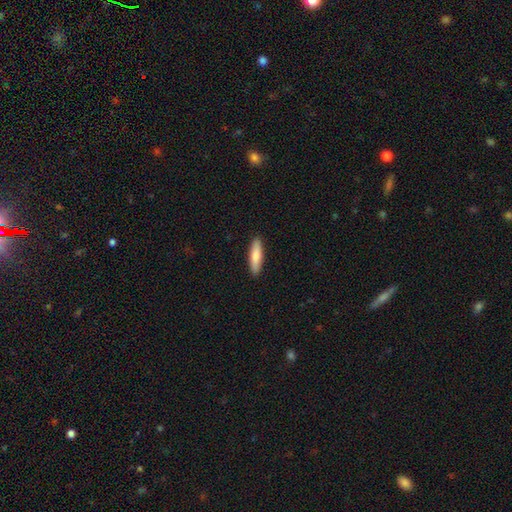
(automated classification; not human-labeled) This appears to be a smooth galaxy with no disk features (81%) that is cigar-shaped (72%). Merging: none (90%).